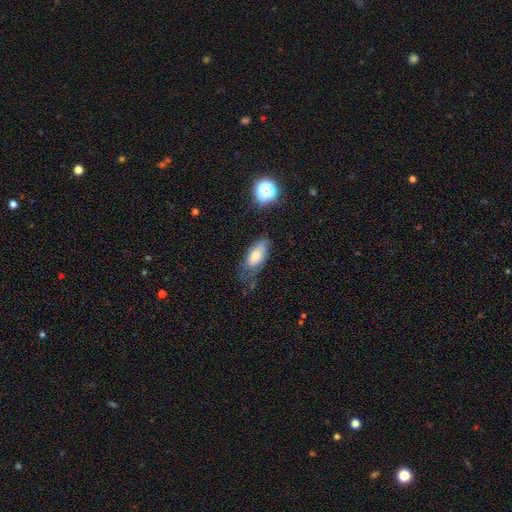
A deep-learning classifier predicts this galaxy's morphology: Smooth or featured? smooth (72%)
How rounded? in between (85%)
Merging? none (43%)